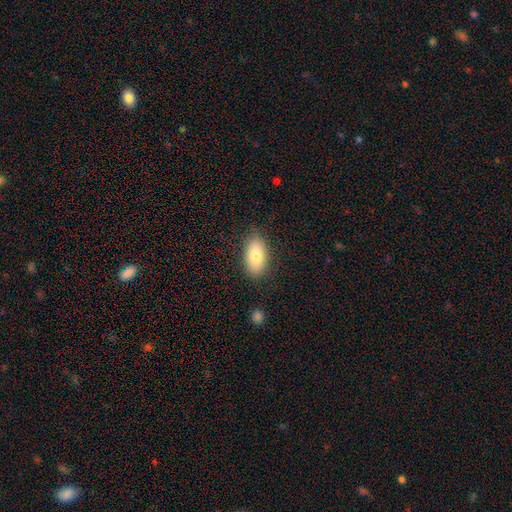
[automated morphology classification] A smooth galaxy with no disk features (79%) that is in between round and cigar-shaped (91%).

Vote fractions:
- Smooth or featured? smooth: 79% / featured or disk: 14% / star or artifact: 7%
- How rounded? in between: 91% / cigar-shaped: 5% / round: 4%
- Merging? none: 83% / minor disturbance: 13% / major disturbance: 3% / merger: 1%